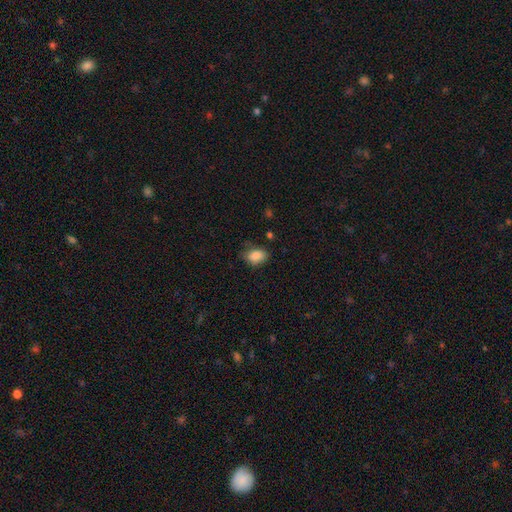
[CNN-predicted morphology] smooth-or-featured: smooth: 86% | star or artifact: 8% | featured or disk: 5%
  how-rounded: in between: 80% | round: 19% | cigar-shaped: 1%
  merging: none: 66% | minor disturbance: 26% | major disturbance: 6% | merger: 2%